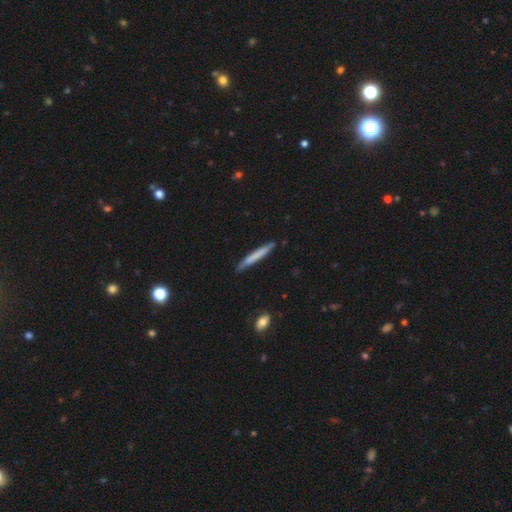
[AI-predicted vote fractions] Smooth or featured? smooth (66%)
How rounded? cigar-shaped (96%)
Merging? none (84%)